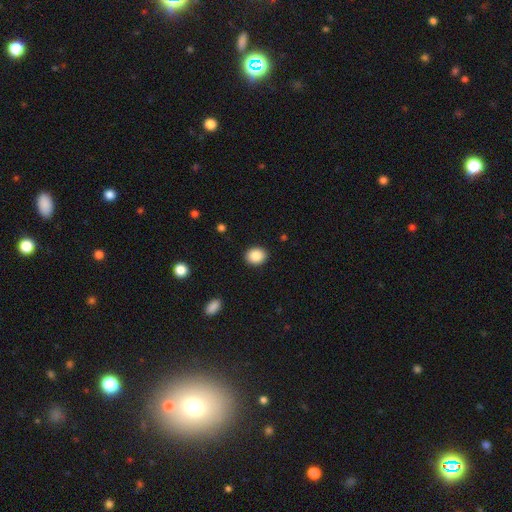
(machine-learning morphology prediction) smooth-or-featured: smooth: 87% | star or artifact: 8% | featured or disk: 4%
  how-rounded: round: 64% | in between: 35% | cigar-shaped: 1%
  merging: none: 91% | minor disturbance: 6% | major disturbance: 2% | merger: 1%